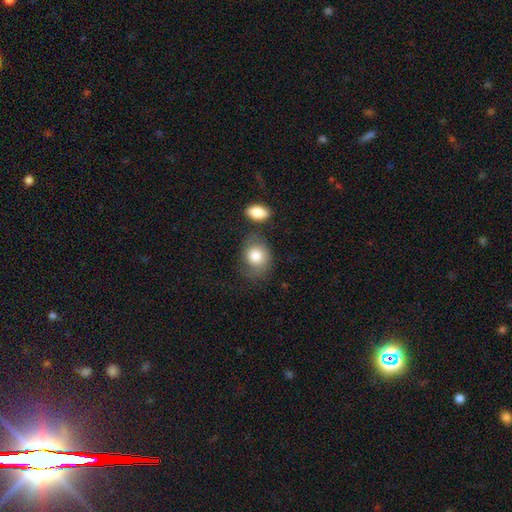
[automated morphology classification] Smooth or featured? smooth (80%)
How rounded? round (55%)
Merging? none (53%)